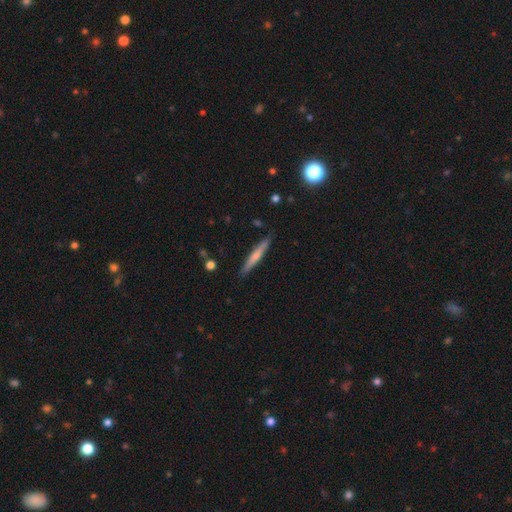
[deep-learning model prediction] Smooth or featured: smooth — 59% (featured or disk — 35%)
How rounded: cigar-shaped — 95% (in between — 4%)
Merging: none — 89% (minor disturbance — 8%)